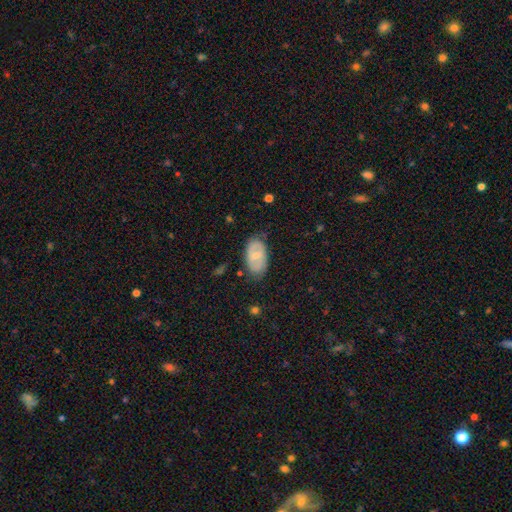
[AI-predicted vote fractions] A featured or disk galaxy (50%). Merging: none (79%).